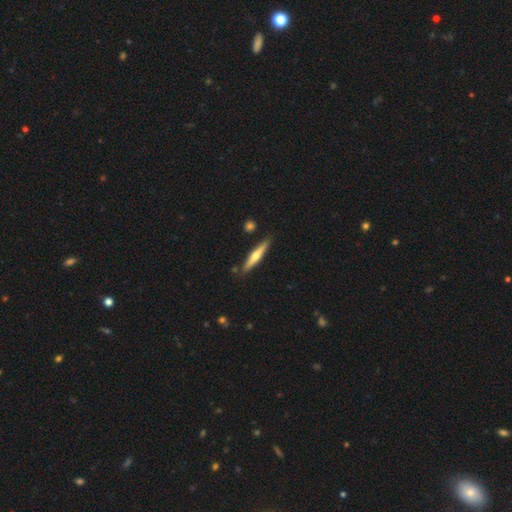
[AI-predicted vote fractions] This appears to be a featured or disk galaxy (56%) viewed edge-on (96%) with a rounded central bulge (87%). Merging: none (86%).